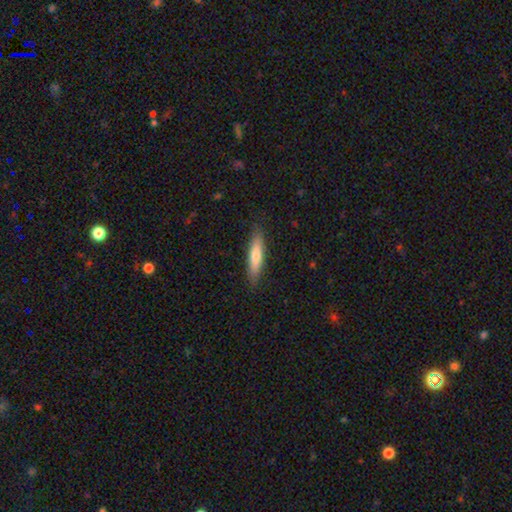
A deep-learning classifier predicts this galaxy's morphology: Smooth or featured?
  - smooth: 70% *
  - featured or disk: 25%
  - star or artifact: 6%
How rounded?
  - cigar-shaped: 80% *
  - in between: 18%
  - round: 1%
Merging?
  - none: 88% *
  - minor disturbance: 9%
  - major disturbance: 2%
  - merger: 1%